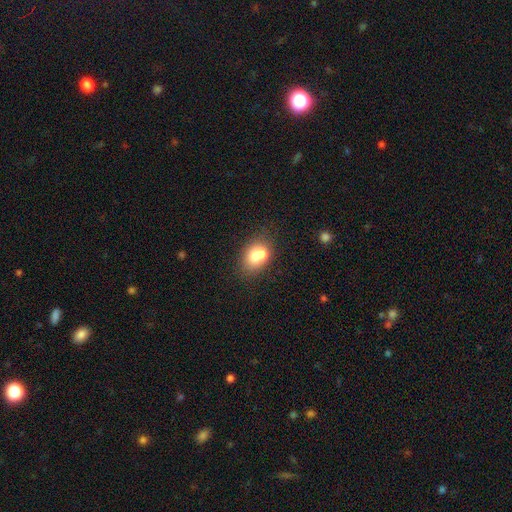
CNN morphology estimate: A smooth galaxy with no disk features (69%) that is in between round and cigar-shaped (60%). Merging: merger (44%).